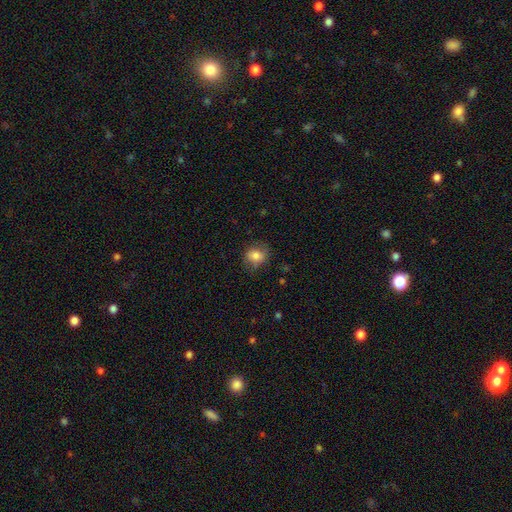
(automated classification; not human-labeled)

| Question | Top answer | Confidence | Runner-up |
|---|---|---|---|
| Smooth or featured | smooth | 76% | featured or disk (15%) |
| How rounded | round | 54% | in between (44%) |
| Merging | none | 71% | minor disturbance (20%) |